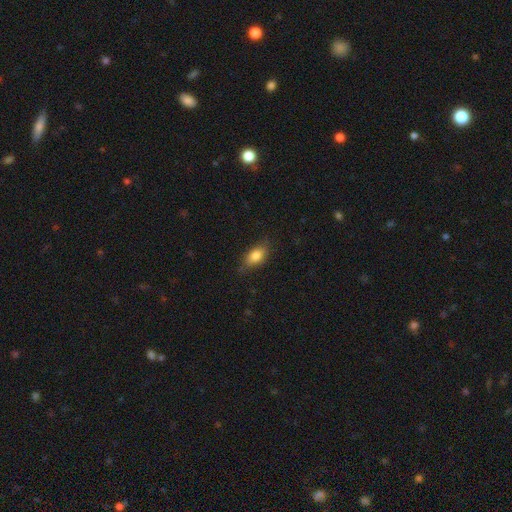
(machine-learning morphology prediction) Smooth or featured? smooth (81%)
How rounded? in between (86%)
Merging? none (77%)